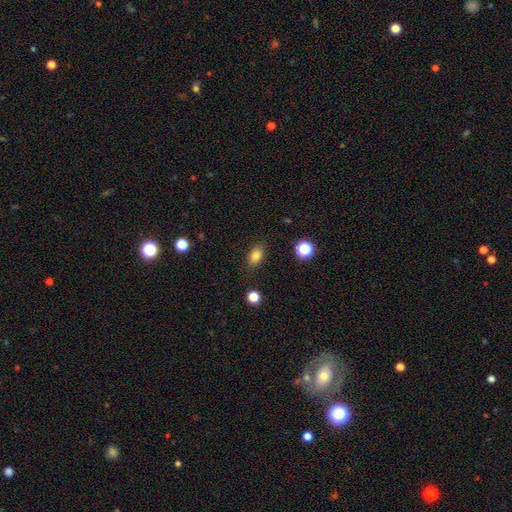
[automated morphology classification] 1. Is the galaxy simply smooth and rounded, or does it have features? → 82% smooth, 11% star or artifact, 7% featured or disk.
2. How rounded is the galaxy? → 81% in between, 17% round, 2% cigar-shaped.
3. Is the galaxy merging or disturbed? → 86% none, 10% minor disturbance, 3% major disturbance, 1% merger.